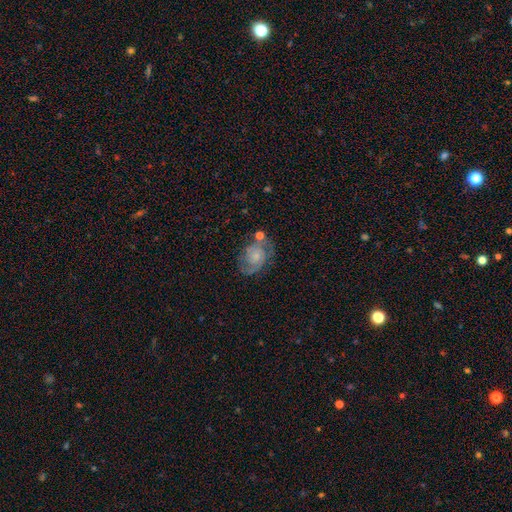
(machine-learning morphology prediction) smooth-or-featured: featured or disk: 63% | smooth: 29% | star or artifact: 9%
  disk-edge-on: no: 97% | yes: 3%
    bar: no: 76% | weak: 20% | strong: 3%
    has-spiral-arms: yes: 84% | no: 16%
      spiral-winding: tight: 42% | medium: 41% | loose: 17%
      spiral-arm-count: 2: 65% | can't tell: 19% | 1: 8% | 3: 5% | 4: 2% | more than 4: 2%
    bulge-size: small: 55% | moderate: 21% | none: 17% | large: 5% | dominant: 2%
  merging: none: 57% | minor disturbance: 22% | major disturbance: 13% | merger: 8%